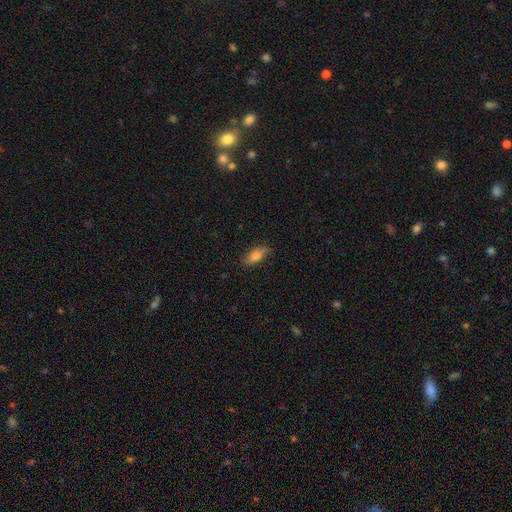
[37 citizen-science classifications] smooth_or_featured: smooth (p=0.70) [alt: featured or disk p=0.24]
how_rounded: in between (p=0.73) [alt: cigar-shaped p=0.23]
merging: none (p=0.91) [alt: minor disturbance p=0.06]